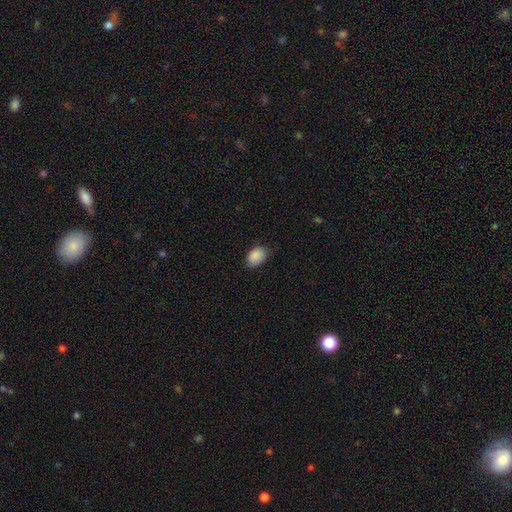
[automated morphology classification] Q: Smooth or featured?
A: smooth (89%); runner-up: star or artifact (7%)
Q: How rounded?
A: in between (77%); runner-up: round (22%)
Q: Merging?
A: none (72%); runner-up: minor disturbance (24%)